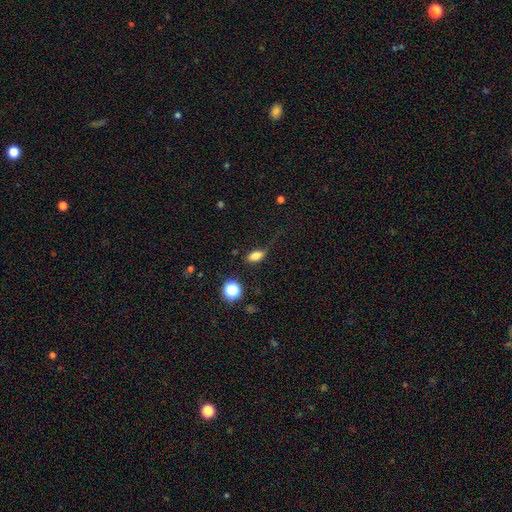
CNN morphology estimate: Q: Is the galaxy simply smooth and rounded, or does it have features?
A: smooth — 78%.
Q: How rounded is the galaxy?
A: in between — 80%.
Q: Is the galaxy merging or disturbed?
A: none — 59%.